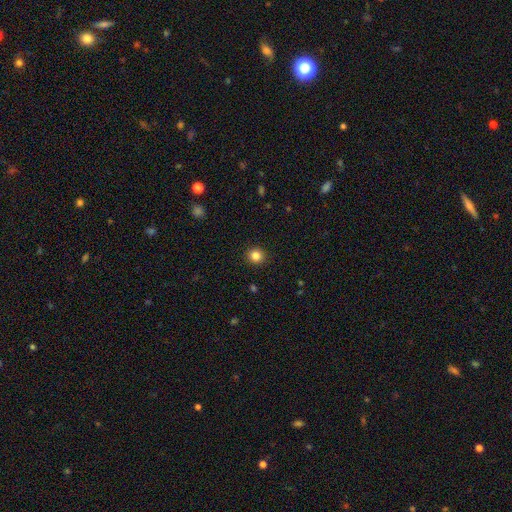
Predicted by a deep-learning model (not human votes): Smooth or featured: smooth — 85% (star or artifact — 11%)
How rounded: round — 91% (in between — 8%)
Merging: none — 92% (minor disturbance — 5%)